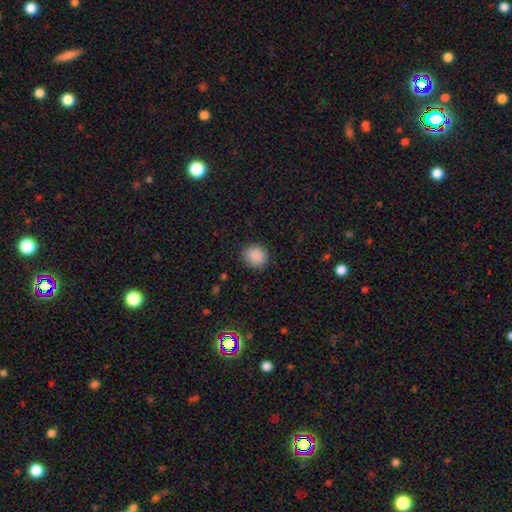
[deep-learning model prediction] Smooth or featured? smooth (88%)
How rounded? round (78%)
Merging? none (85%)